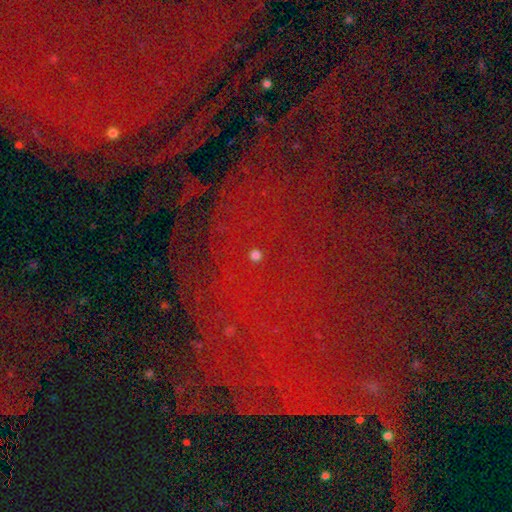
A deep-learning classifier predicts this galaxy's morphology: The model was most divided on "smooth or featured": star or artifact: 73%, smooth: 18%, featured or disk: 9%.